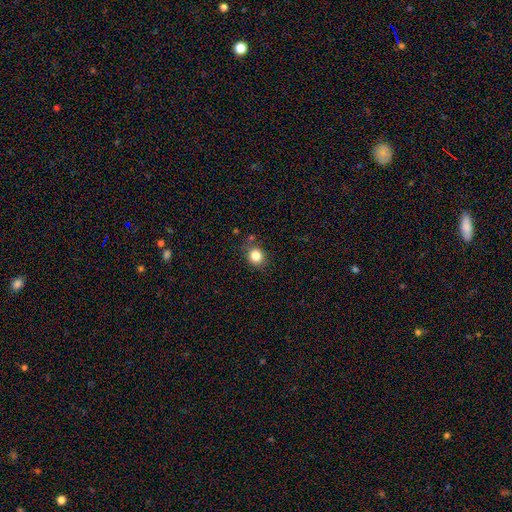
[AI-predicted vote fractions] Smooth or featured? smooth (83%)
How rounded? round (74%)
Merging? none (78%)